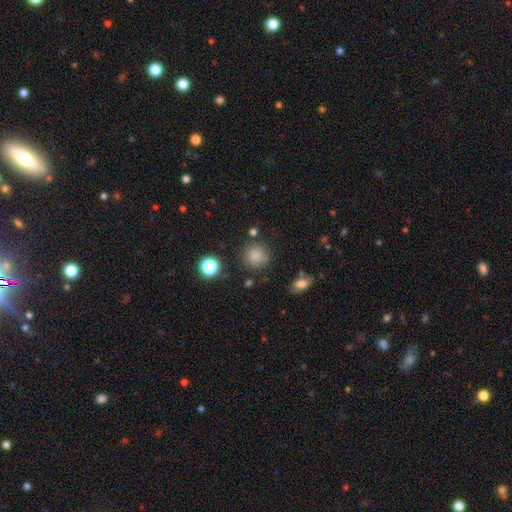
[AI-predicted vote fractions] smooth 82%, star or artifact 13%, featured or disk 5%. Down the decision tree: how rounded — round (92%); merging — none (81%).